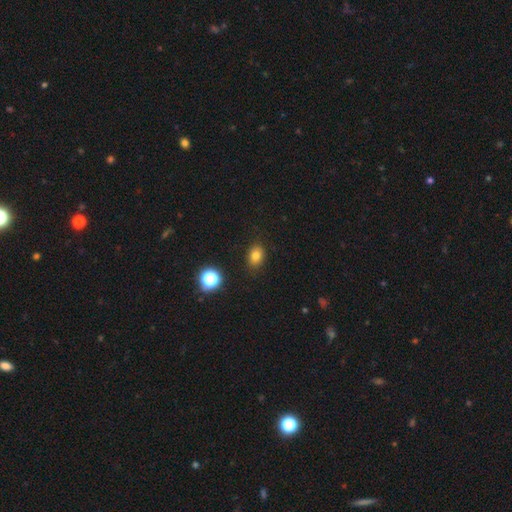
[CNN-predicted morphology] Smooth or featured?
  - smooth: 79% *
  - star or artifact: 14%
  - featured or disk: 8%
How rounded?
  - in between: 66% *
  - round: 33%
  - cigar-shaped: 1%
Merging?
  - none: 87% *
  - minor disturbance: 9%
  - major disturbance: 2%
  - merger: 1%